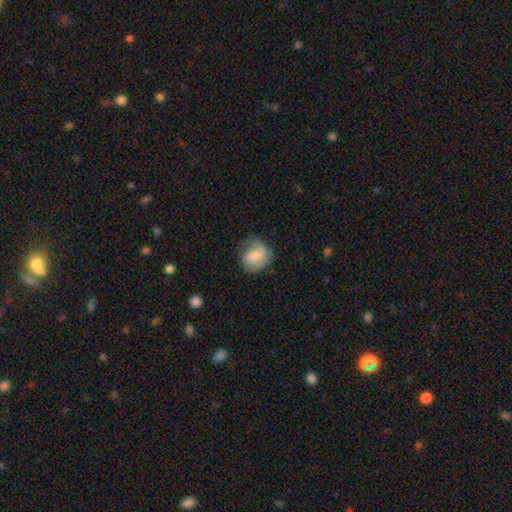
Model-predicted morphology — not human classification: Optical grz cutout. It shows a smooth galaxy with no disk features (61%) that is round (67%). Merging: none (59%).